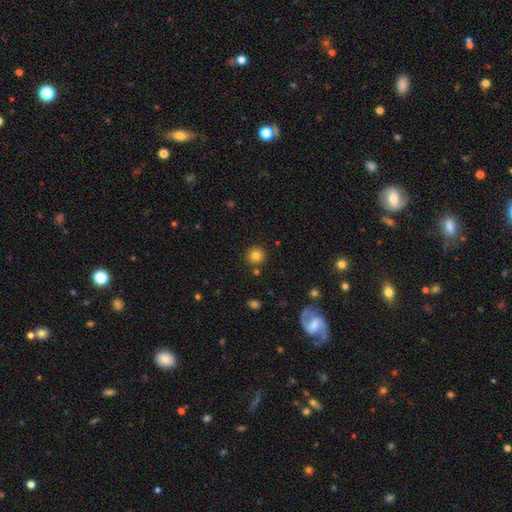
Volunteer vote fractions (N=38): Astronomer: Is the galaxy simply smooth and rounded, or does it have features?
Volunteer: smooth — 79%.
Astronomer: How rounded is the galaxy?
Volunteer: round — 97%.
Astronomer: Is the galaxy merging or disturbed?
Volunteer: none — 86%.